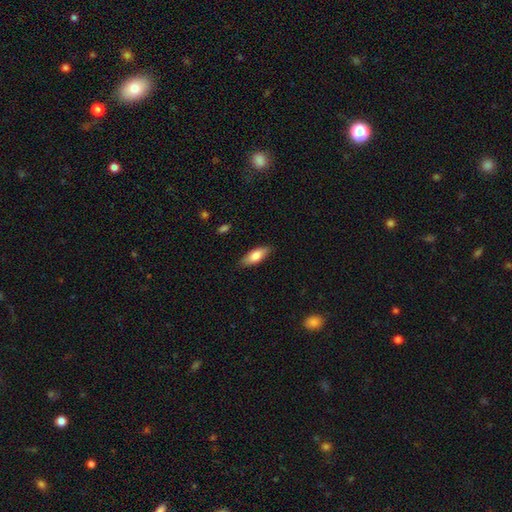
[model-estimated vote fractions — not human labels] Smooth or featured: smooth — 77% (featured or disk — 17%)
How rounded: in between — 71% (cigar-shaped — 27%)
Merging: none — 85% (minor disturbance — 11%)